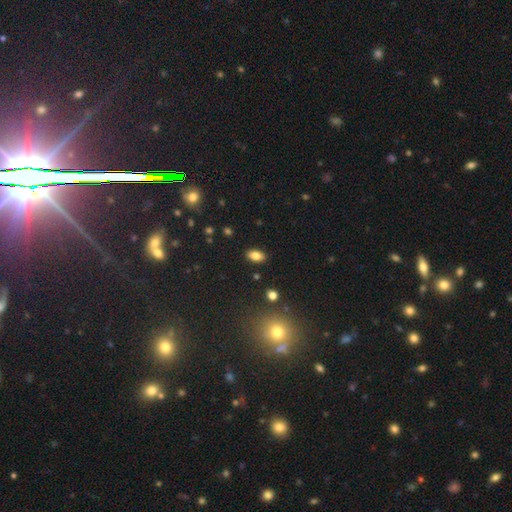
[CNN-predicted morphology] smooth-or-featured: smooth: 82% | star or artifact: 10% | featured or disk: 8%
  how-rounded: in between: 91% | round: 6% | cigar-shaped: 3%
  merging: none: 88% | minor disturbance: 9% | major disturbance: 2% | merger: 2%